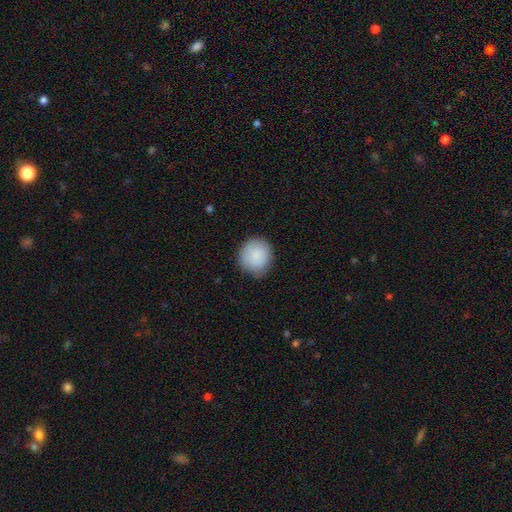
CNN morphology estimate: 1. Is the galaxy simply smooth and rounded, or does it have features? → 88% smooth, 7% star or artifact, 5% featured or disk.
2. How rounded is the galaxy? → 88% round, 11% in between, 1% cigar-shaped.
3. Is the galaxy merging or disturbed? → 80% none, 16% minor disturbance, 3% major disturbance, 1% merger.